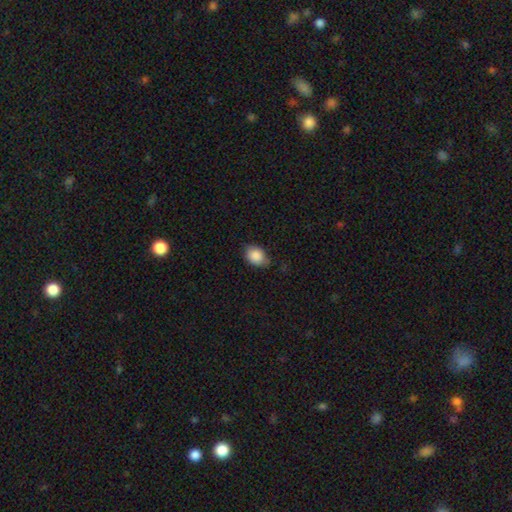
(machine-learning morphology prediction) A smooth galaxy with no disk features (87%) that is in between round and cigar-shaped (67%). Merging: none (69%).